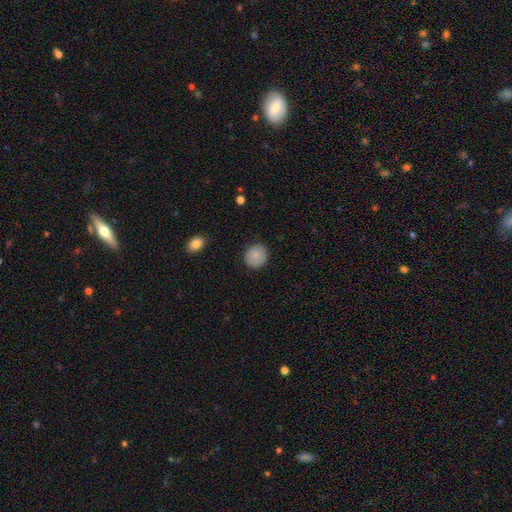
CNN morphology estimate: smooth_or_featured: smooth (p=0.86) [alt: star or artifact p=0.07]
how_rounded: round (p=0.91) [alt: in between p=0.08]
merging: none (p=0.88) [alt: minor disturbance p=0.08]